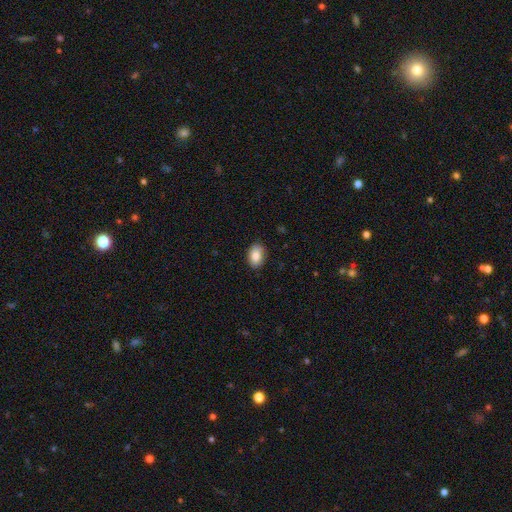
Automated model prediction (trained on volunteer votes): A smooth galaxy with no disk features (87%) that is in between round and cigar-shaped (87%).

Vote fractions:
- Smooth or featured? smooth: 87% / star or artifact: 7% / featured or disk: 5%
- How rounded? in between: 87% / round: 12% / cigar-shaped: 1%
- Merging? none: 86% / minor disturbance: 11% / major disturbance: 2% / merger: 1%